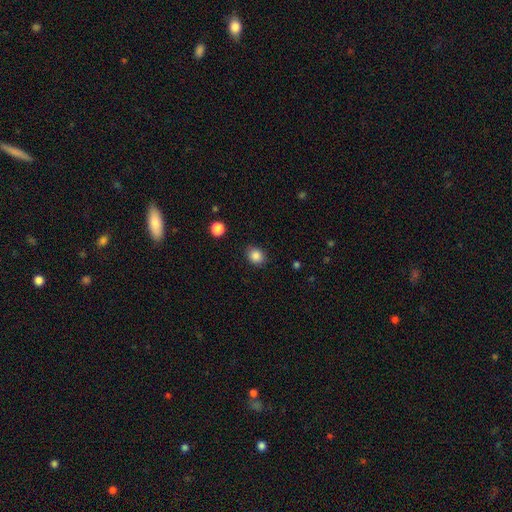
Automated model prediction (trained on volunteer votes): Q: Smooth or featured?
A: smooth (86%); runner-up: star or artifact (10%)
Q: How rounded?
A: round (58%); runner-up: in between (41%)
Q: Merging?
A: none (87%); runner-up: minor disturbance (9%)